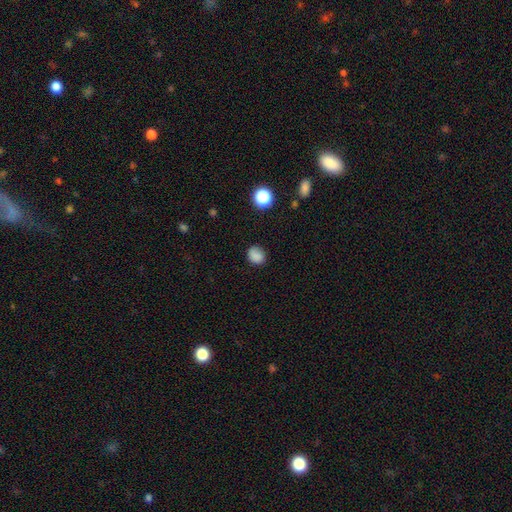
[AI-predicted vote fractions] A smooth galaxy with no disk features (84%) that is round (62%).

Vote fractions:
- Smooth or featured? smooth: 84% / star or artifact: 12% / featured or disk: 4%
- How rounded? round: 62% / in between: 37% / cigar-shaped: 1%
- Merging? none: 81% / minor disturbance: 14% / major disturbance: 3% / merger: 2%